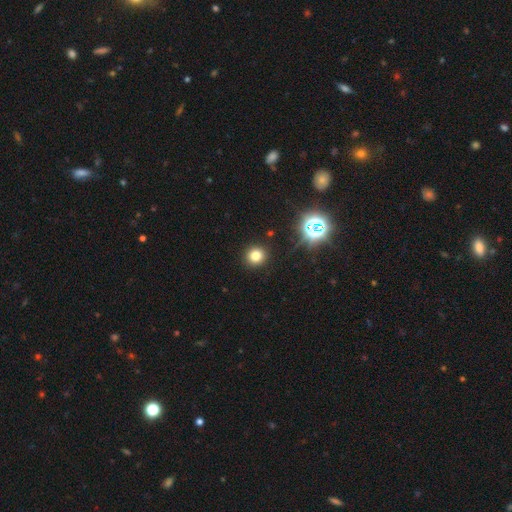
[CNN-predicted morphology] smooth-or-featured: smooth: 75% | star or artifact: 19% | featured or disk: 6%
  how-rounded: round: 92% | in between: 7% | cigar-shaped: 1%
  merging: none: 92% | minor disturbance: 5% | major disturbance: 2% | merger: 1%